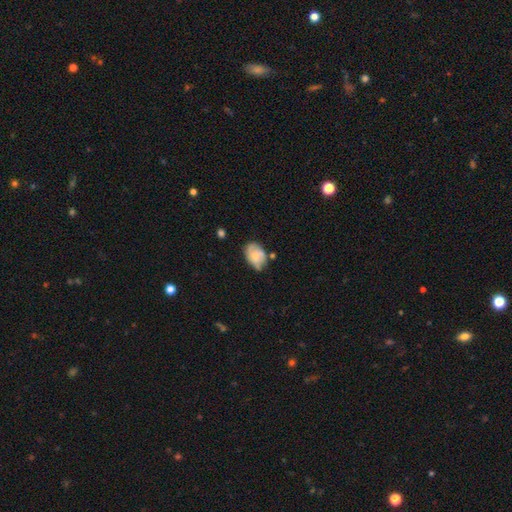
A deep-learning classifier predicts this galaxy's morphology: smooth-or-featured: smooth: 56% | featured or disk: 37% | star or artifact: 8%
  how-rounded: in between: 79% | round: 19% | cigar-shaped: 1%
  merging: none: 55% | minor disturbance: 31% | major disturbance: 7% | merger: 7%